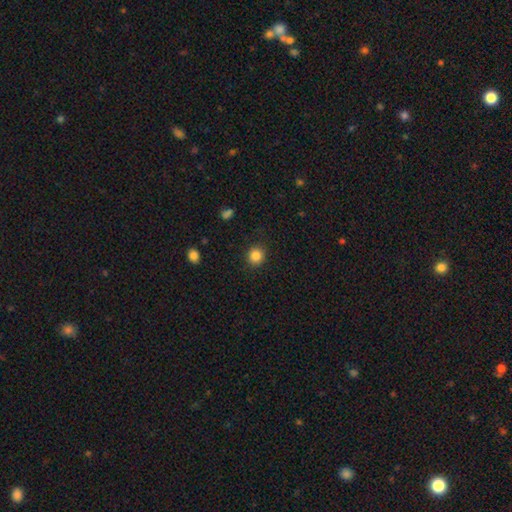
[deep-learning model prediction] Overall: smooth (85%). How rounded: round (88%). Merging: none (90%).